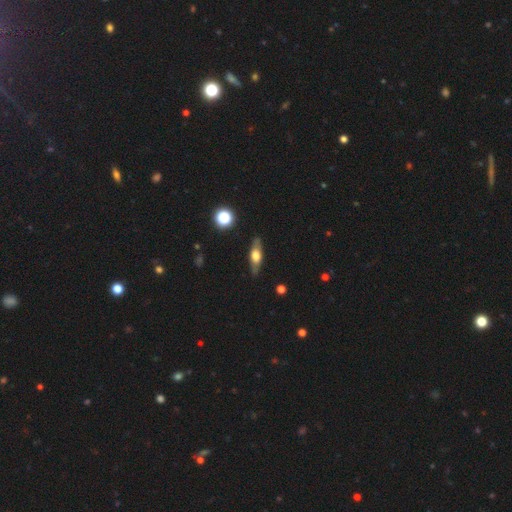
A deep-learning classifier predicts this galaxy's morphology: smooth_or_featured: featured or disk (p=0.51) [alt: smooth p=0.42]
disk_edge_on: yes (p=0.81) [alt: no p=0.19]
merging: none (p=0.83) [alt: minor disturbance p=0.12]